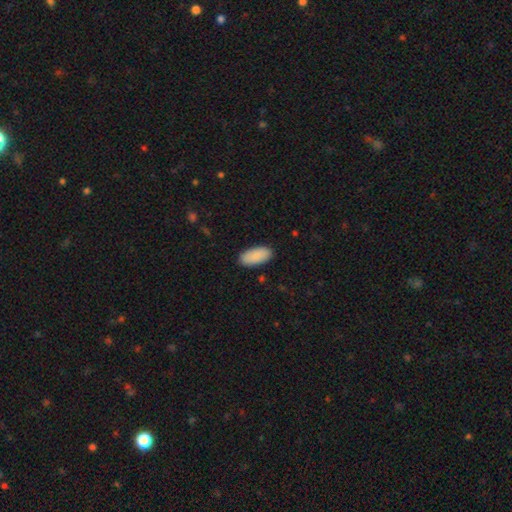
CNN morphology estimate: A smooth galaxy with no disk features (90%) that is in between round and cigar-shaped (92%). Merging: none (89%).